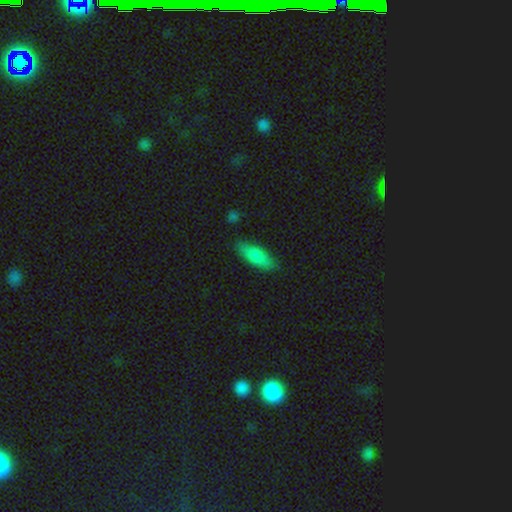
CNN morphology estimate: Smooth or featured? Predicted: smooth (p=0.83). How rounded? Predicted: in between (p=0.67). Merging? Predicted: none (p=0.82).